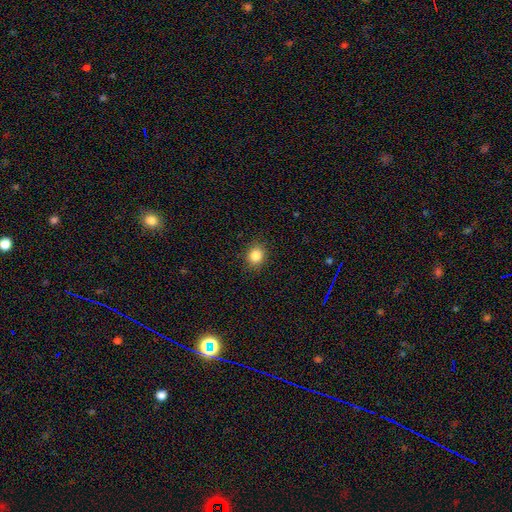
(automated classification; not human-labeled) Q: Smooth or featured?
A: smooth (85%); runner-up: star or artifact (10%)
Q: How rounded?
A: round (60%); runner-up: in between (39%)
Q: Merging?
A: none (88%); runner-up: minor disturbance (9%)